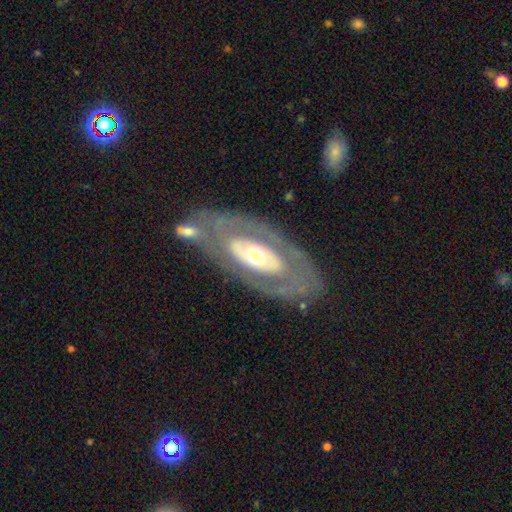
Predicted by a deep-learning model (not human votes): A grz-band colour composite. It shows a featured or disk galaxy (72%) with no bar (79%), no spiral arms (71%) and a moderate central bulge (64%). Merging: none (72%).